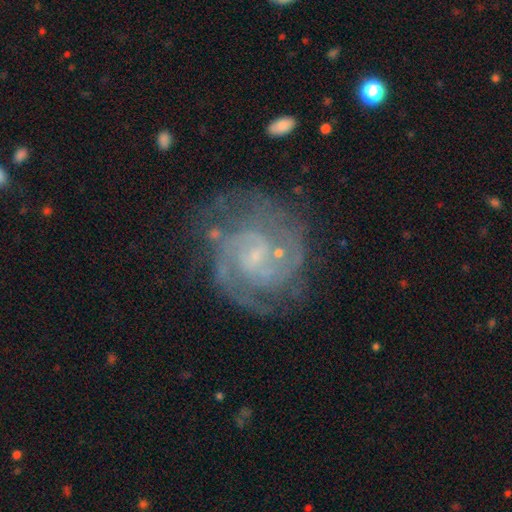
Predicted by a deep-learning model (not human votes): Morphology: type=featured or disk (87%); edge-on=no (98%); bar=weak (48%); spiral arms=yes (96%); winding=tight (55%); arm count=2 (52%); bulge=small (71%); merging=none (70%).